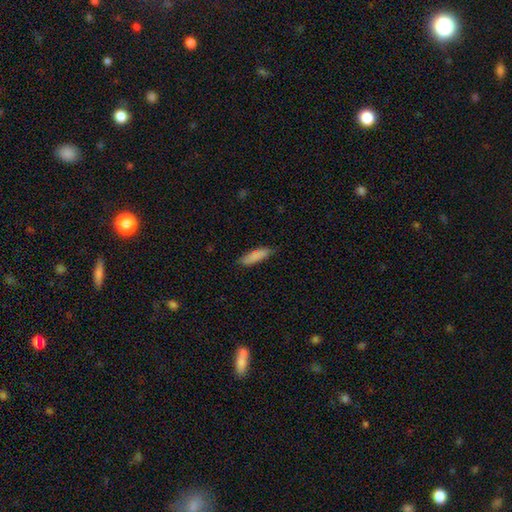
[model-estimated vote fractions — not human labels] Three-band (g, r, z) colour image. It shows a smooth galaxy with no disk features (84%) that is cigar-shaped (60%). Merging: none (78%).